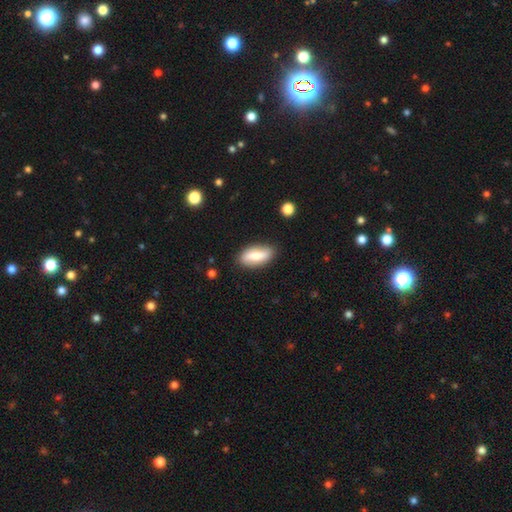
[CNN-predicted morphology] This appears to be a smooth galaxy with no disk features (70%) that is in between round and cigar-shaped (83%). Merging: none (83%).